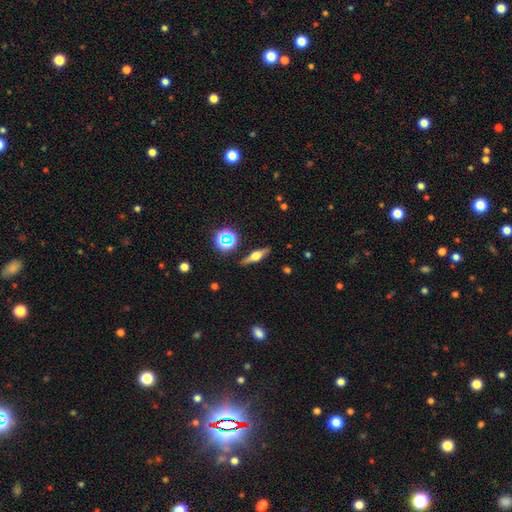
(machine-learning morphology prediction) Smooth or featured? Predicted: featured or disk (p=0.59). Edge-on disk? Predicted: yes (p=0.94). Edge-on bulge? Predicted: rounded (p=0.92). Merging? Predicted: none (p=0.86).